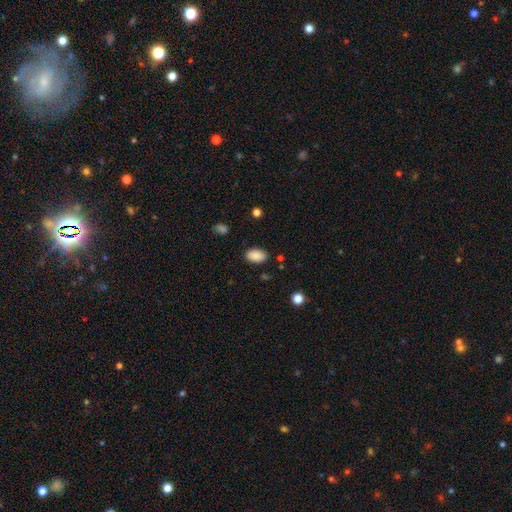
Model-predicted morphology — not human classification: This is clearly a smooth galaxy (88%). How rounded: clearly in between (92%). Merging: clearly none (86%).